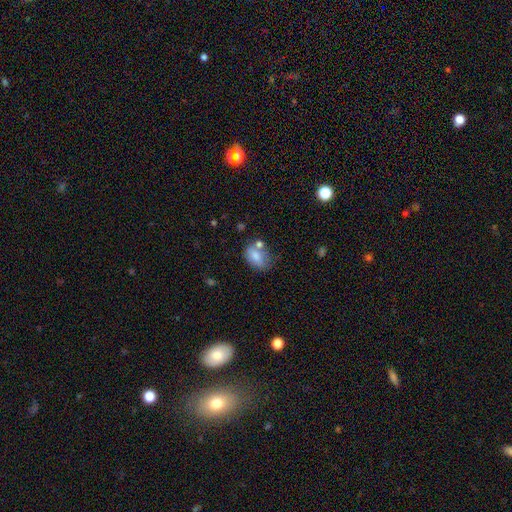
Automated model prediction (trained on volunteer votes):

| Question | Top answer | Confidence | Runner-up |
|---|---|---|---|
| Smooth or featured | smooth | 77% | featured or disk (15%) |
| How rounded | in between | 82% | round (16%) |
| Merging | none | 50% | minor disturbance (23%) |